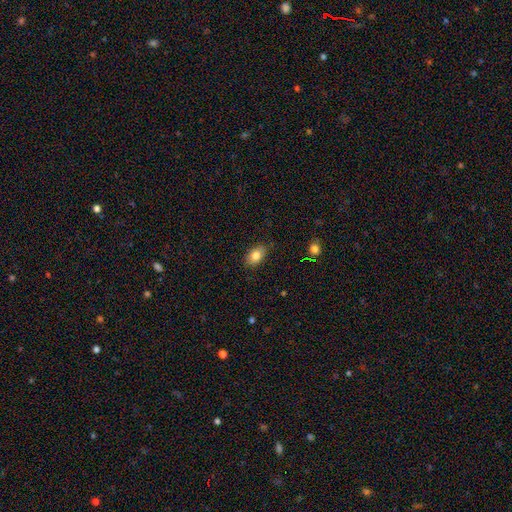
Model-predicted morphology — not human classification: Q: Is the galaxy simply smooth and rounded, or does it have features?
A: smooth — 83%.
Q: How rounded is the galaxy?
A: in between — 87%.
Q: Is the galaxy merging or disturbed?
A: none — 84%.